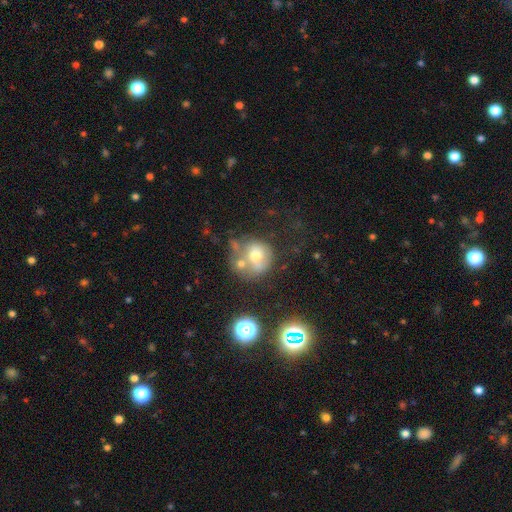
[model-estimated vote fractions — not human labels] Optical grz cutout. It shows a smooth galaxy with no disk features (53%) that is round (79%). Merging: merger (33%, tied with none).